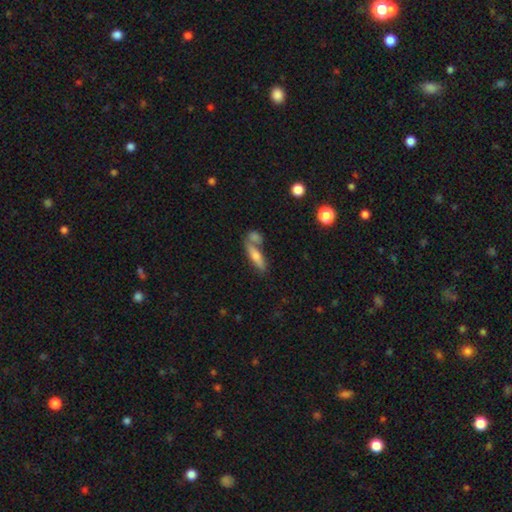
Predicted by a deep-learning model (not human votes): smooth 60%, featured or disk 32%, star or artifact 8%. Down the decision tree: how rounded — cigar-shaped (65%); merging — none (53%).